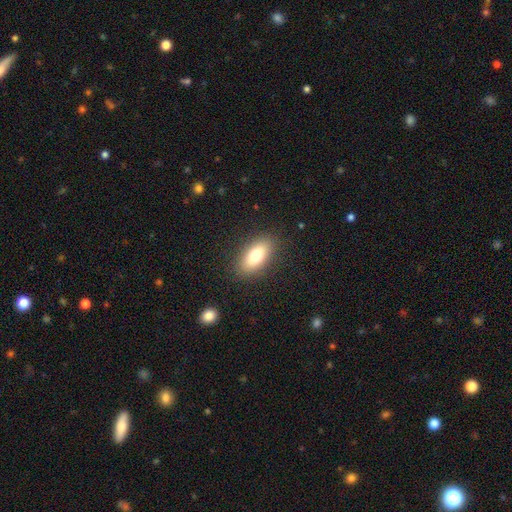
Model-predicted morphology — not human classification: Smooth or featured? smooth (78%)
How rounded? in between (86%)
Merging? none (87%)